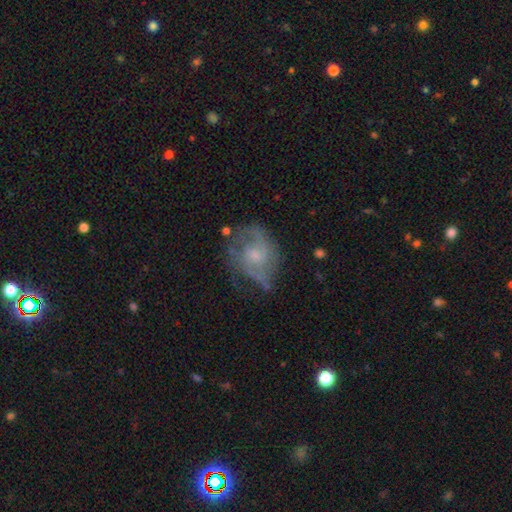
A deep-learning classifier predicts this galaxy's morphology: featured or disk 71%, smooth 21%, star or artifact 8%. Down the decision tree: edge-on disk — no (97%); bar — no (66%); spiral arms — yes (81%); spiral arm count — 2 (52%); spiral winding — medium (46%); bulge size — small (61%); merging — none (51%).